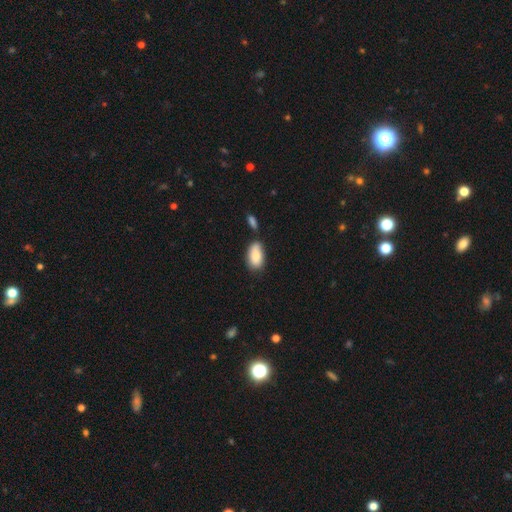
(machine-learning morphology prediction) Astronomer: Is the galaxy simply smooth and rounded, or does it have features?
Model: smooth — 85%.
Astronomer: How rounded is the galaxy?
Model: in between — 93%.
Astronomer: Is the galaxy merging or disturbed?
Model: none — 59%.